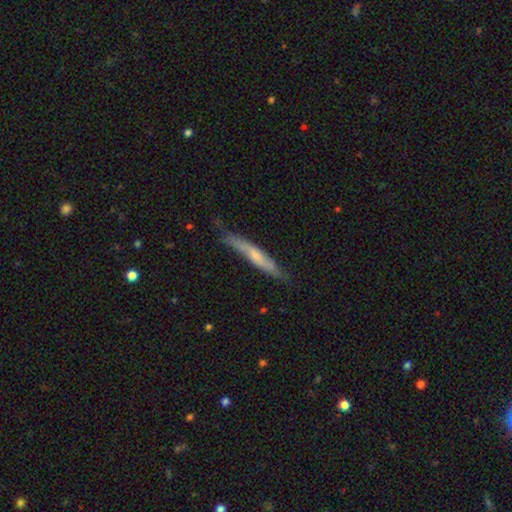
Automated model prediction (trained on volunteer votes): Morphology: type=featured or disk (50%); merging=none (71%).